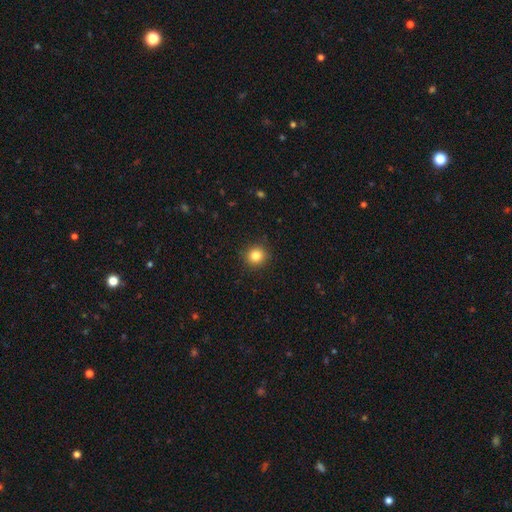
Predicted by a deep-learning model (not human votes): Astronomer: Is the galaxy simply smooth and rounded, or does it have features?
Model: smooth — 84%.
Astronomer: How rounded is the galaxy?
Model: round — 91%.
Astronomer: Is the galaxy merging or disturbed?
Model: none — 91%.